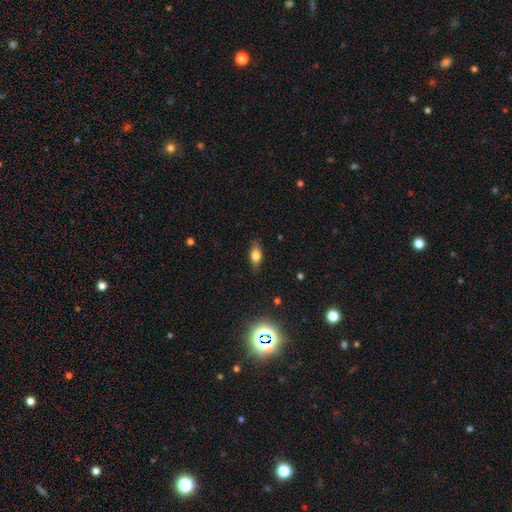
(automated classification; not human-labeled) smooth 73%, featured or disk 17%, star or artifact 10%. Down the decision tree: how rounded — in between (80%); merging — none (81%).